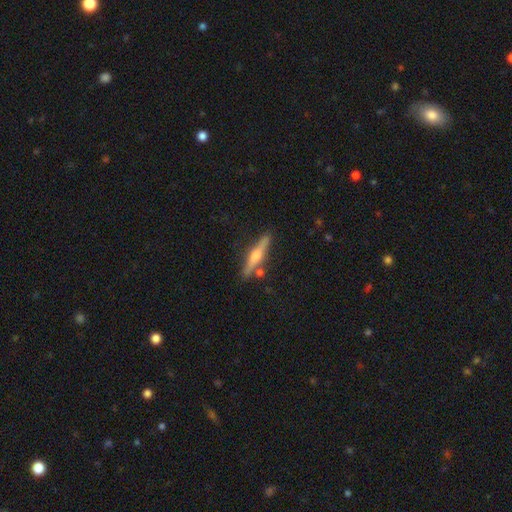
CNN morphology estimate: Smooth or featured? Predicted: featured or disk (p=0.67). Edge-on disk? Predicted: yes (p=0.97). Edge-on bulge? Predicted: rounded (p=0.88). Merging? Predicted: none (p=0.84).